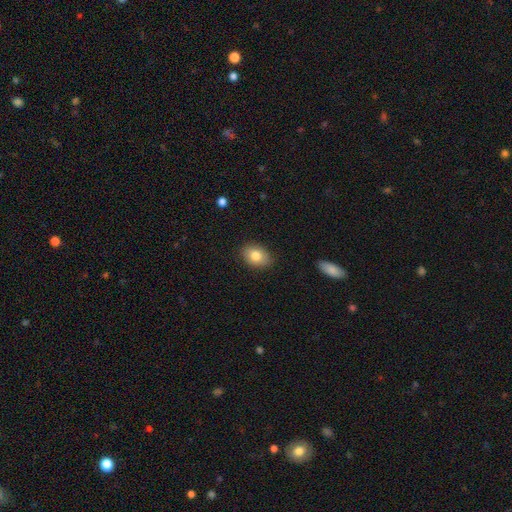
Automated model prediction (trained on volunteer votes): Morphology: type=smooth (82%); roundness=in between (75%); merging=none (86%).